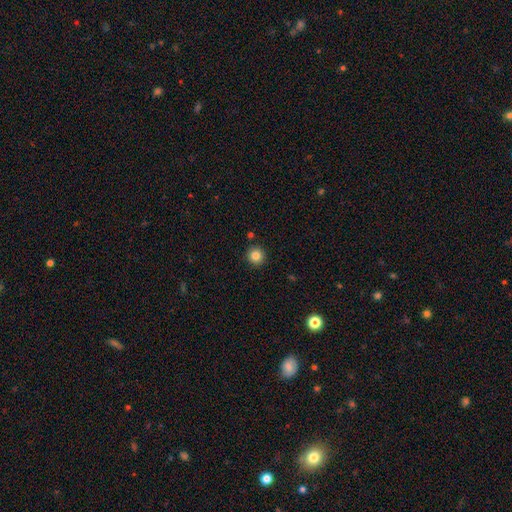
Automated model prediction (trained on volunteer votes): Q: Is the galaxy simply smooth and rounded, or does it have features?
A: smooth — 84%.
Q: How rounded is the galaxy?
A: round — 95%.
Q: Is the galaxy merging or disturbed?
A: none — 91%.